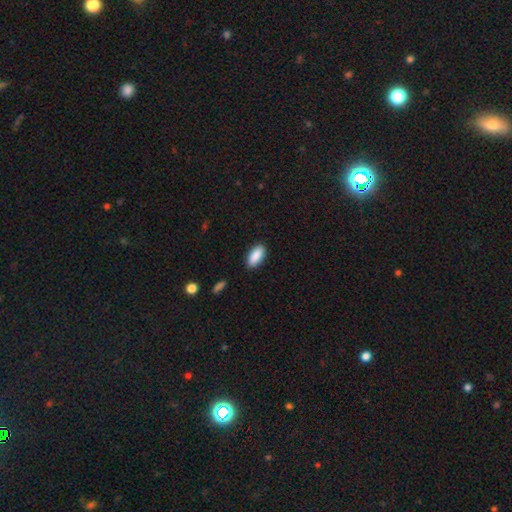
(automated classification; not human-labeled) Q: Smooth or featured?
A: smooth (90%); runner-up: star or artifact (6%)
Q: How rounded?
A: in between (90%); runner-up: cigar-shaped (8%)
Q: Merging?
A: none (89%); runner-up: minor disturbance (8%)